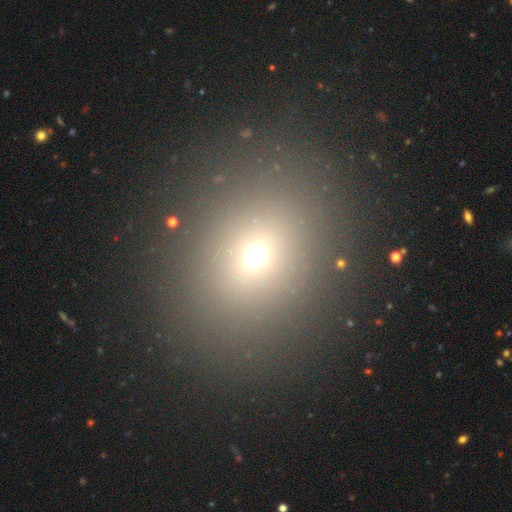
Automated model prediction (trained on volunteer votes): Morphology: type=smooth (64%); roundness=round (54%); merging=none (86%).